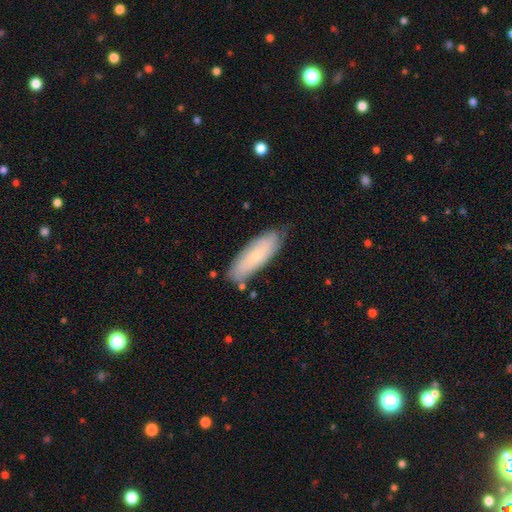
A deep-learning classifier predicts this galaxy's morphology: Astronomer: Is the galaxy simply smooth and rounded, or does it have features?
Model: smooth — 59% (runner-up: featured or disk, 34%).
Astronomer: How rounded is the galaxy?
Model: in between — 59% (runner-up: cigar-shaped, 39%).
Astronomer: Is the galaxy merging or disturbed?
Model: none — 72%.